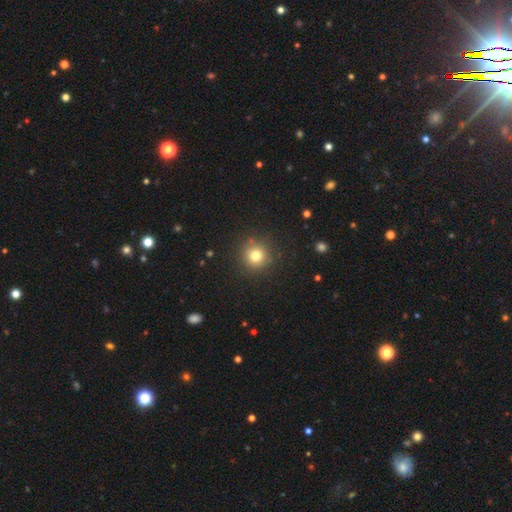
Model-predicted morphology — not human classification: smooth 78%, star or artifact 14%, featured or disk 8%. Down the decision tree: how rounded — round (94%); merging — none (89%).